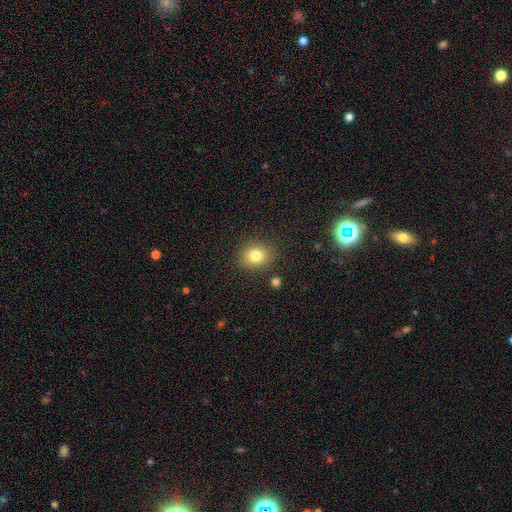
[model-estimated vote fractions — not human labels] Smooth or featured? smooth (80%)
How rounded? round (66%)
Merging? none (86%)